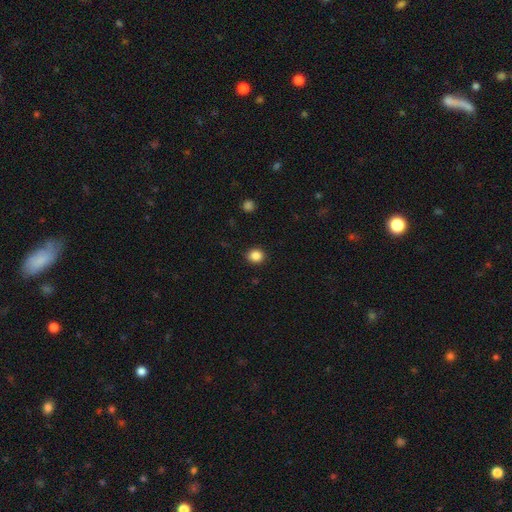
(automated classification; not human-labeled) Smooth or featured?
  - smooth: 86% *
  - star or artifact: 10%
  - featured or disk: 4%
How rounded?
  - round: 82% *
  - in between: 17%
  - cigar-shaped: 1%
Merging?
  - none: 91% *
  - minor disturbance: 6%
  - major disturbance: 2%
  - merger: 1%